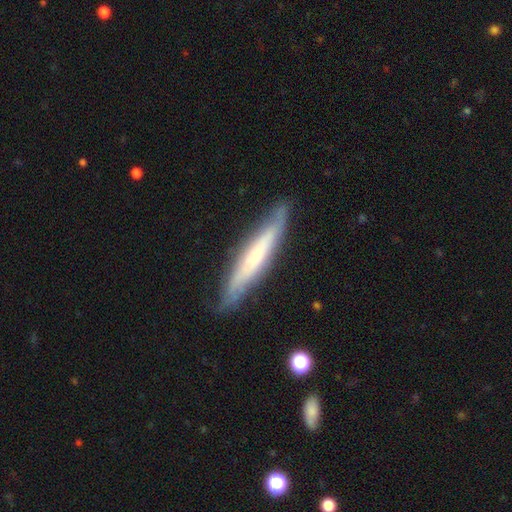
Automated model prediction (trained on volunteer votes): A featured or disk galaxy (56%) viewed edge-on (75%). Merging: none (80%).